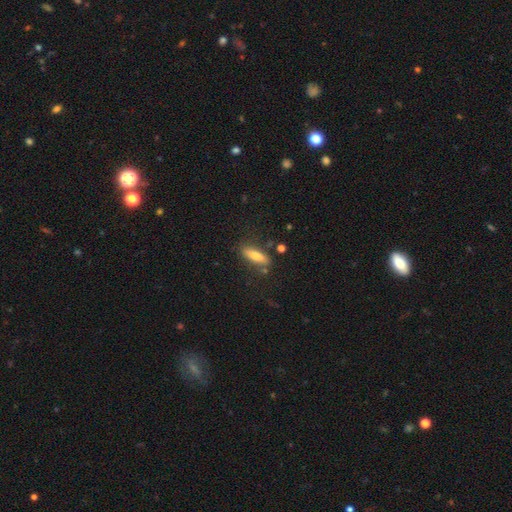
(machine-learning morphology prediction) Smooth or featured? smooth (75%)
How rounded? cigar-shaped (52%)
Merging? none (78%)